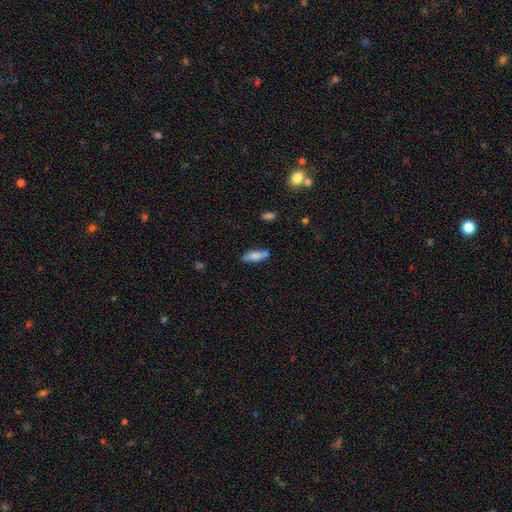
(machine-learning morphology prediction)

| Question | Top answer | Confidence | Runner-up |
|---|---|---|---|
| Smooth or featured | smooth | 77% | featured or disk (17%) |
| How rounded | in between | 55% | cigar-shaped (43%) |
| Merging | none | 73% | minor disturbance (17%) |